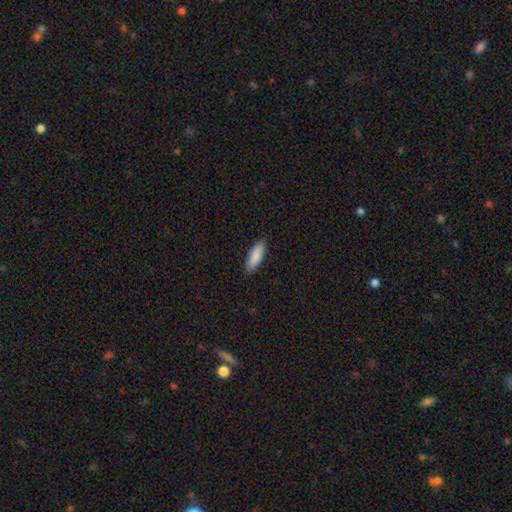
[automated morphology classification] Overall: smooth (89%). How rounded: in between (62%; cigar-shaped 36%). Merging: none (88%).